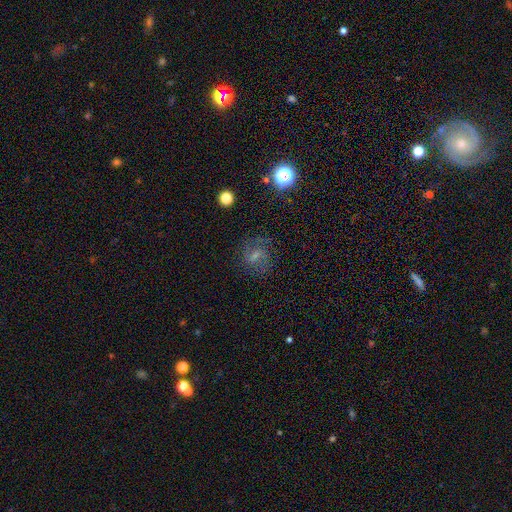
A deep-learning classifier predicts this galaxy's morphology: Smooth or featured?
  - featured or disk: 43% *
  - smooth: 40%
  - star or artifact: 17%
Merging?
  - none: 67% *
  - minor disturbance: 18%
  - major disturbance: 14%
  - merger: 2%